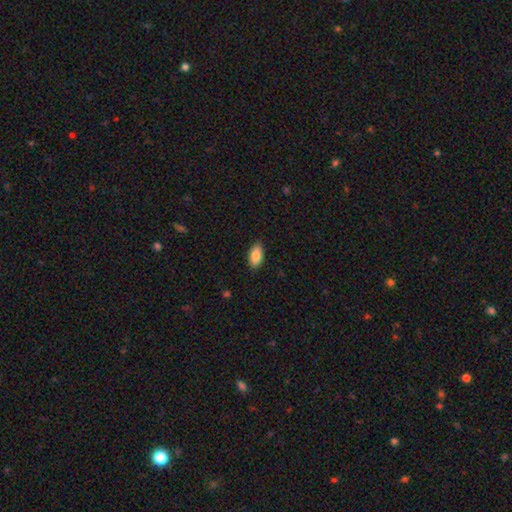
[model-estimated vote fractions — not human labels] smooth 87%, star or artifact 7%, featured or disk 6%. Down the decision tree: how rounded — in between (93%); merging — none (87%).